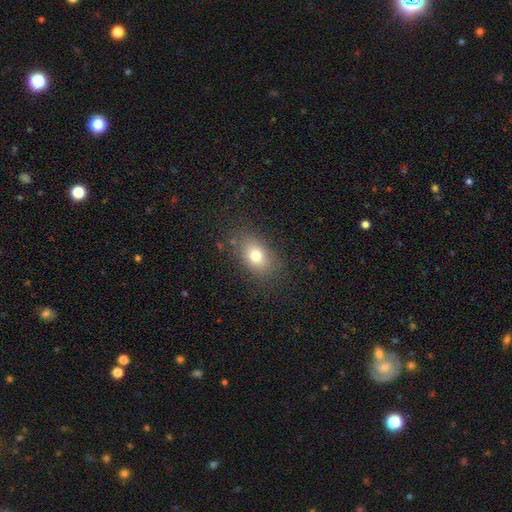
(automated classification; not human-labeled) This is likely a smooth galaxy (75%). How rounded: likely in between (76%). Merging: clearly none (82%).